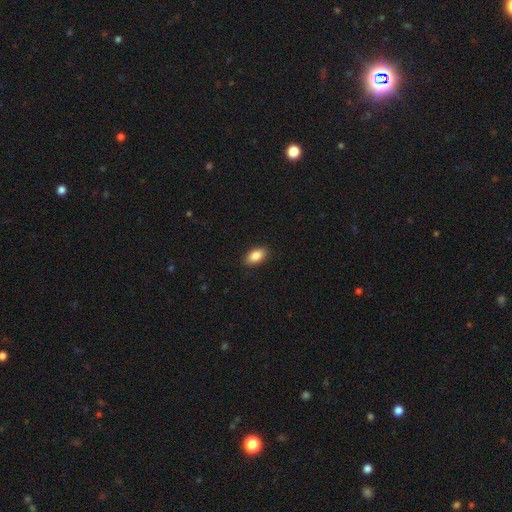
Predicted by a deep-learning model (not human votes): A smooth galaxy with no disk features (86%) that is in between round and cigar-shaped (92%).

Vote fractions:
- Smooth or featured? smooth: 86% / star or artifact: 7% / featured or disk: 7%
- How rounded? in between: 92% / round: 5% / cigar-shaped: 3%
- Merging? none: 89% / minor disturbance: 8% / major disturbance: 2% / merger: 1%